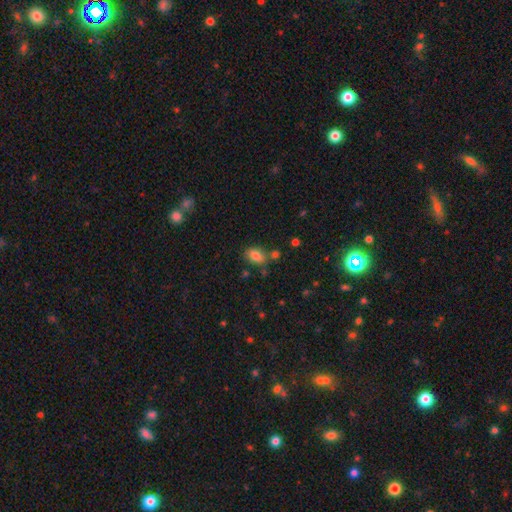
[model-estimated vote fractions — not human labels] Morphology: type=smooth (81%); roundness=in between (83%); merging=none (68%).